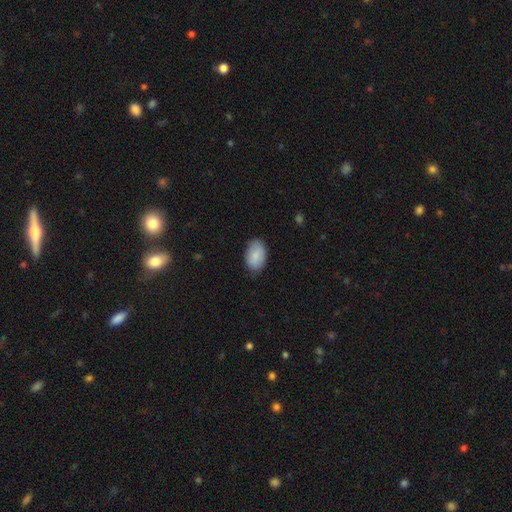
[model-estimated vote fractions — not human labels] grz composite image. It shows a smooth galaxy with no disk features (87%) that is in between round and cigar-shaped (92%). Merging: none (80%).